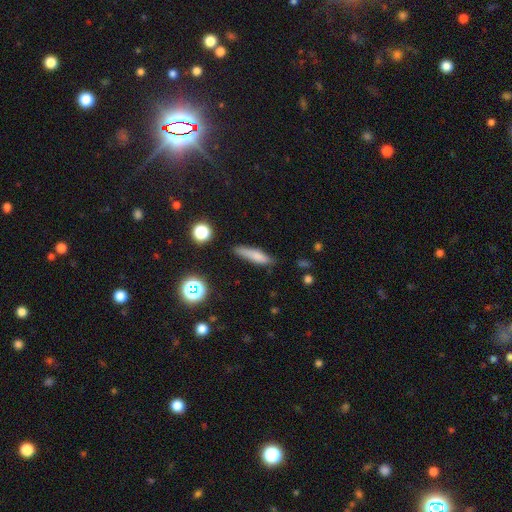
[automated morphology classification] Q: Smooth or featured?
A: smooth (76%); runner-up: featured or disk (14%)
Q: How rounded?
A: cigar-shaped (72%); runner-up: in between (25%)
Q: Merging?
A: none (74%); runner-up: minor disturbance (19%)